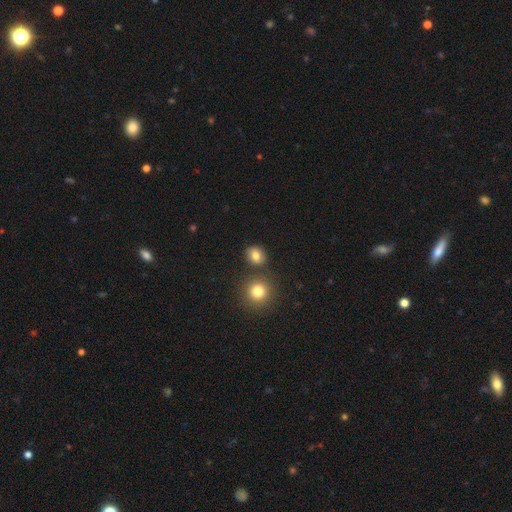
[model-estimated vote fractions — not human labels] Morphology: type=smooth (80%); roundness=round (71%); merging=none (78%).